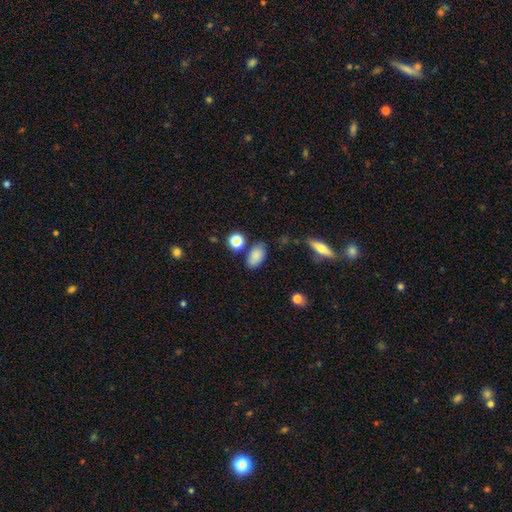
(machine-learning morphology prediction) Q: Smooth or featured?
A: smooth (85%); runner-up: star or artifact (9%)
Q: How rounded?
A: in between (89%); runner-up: round (9%)
Q: Merging?
A: none (74%); runner-up: minor disturbance (14%)